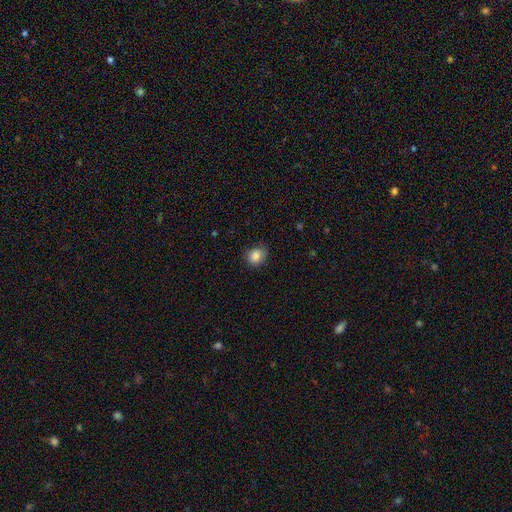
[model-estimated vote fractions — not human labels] Morphology: type=smooth (83%); roundness=round (55%); merging=none (74%).